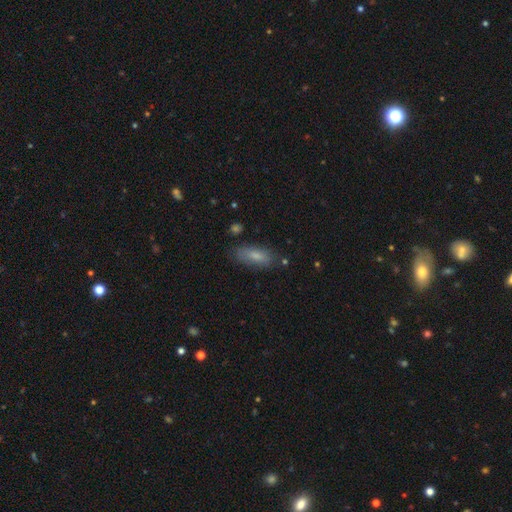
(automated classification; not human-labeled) This appears to be a smooth galaxy with no disk features (79%) that is in between round and cigar-shaped (75%). Merging: none (77%).